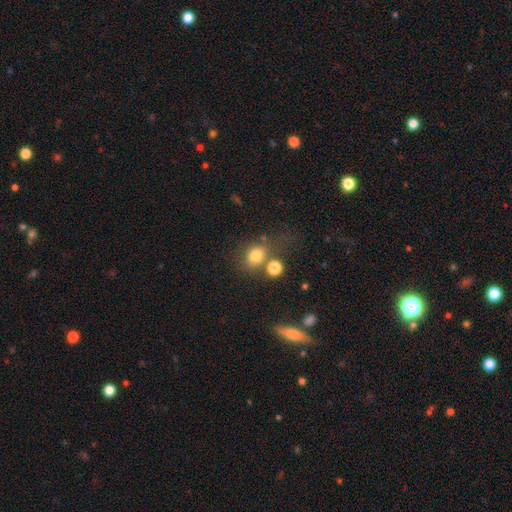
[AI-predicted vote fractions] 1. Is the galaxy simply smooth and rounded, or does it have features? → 77% smooth, 14% star or artifact, 9% featured or disk.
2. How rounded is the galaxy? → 61% round, 38% in between, 1% cigar-shaped.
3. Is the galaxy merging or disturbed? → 58% none, 19% merger, 15% minor disturbance, 9% major disturbance.